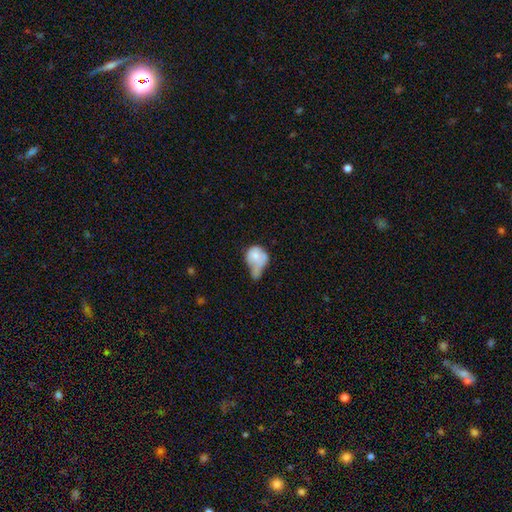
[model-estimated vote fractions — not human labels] Morphology: type=smooth (67%); roundness=round (55%); merging=major disturbance (34%).